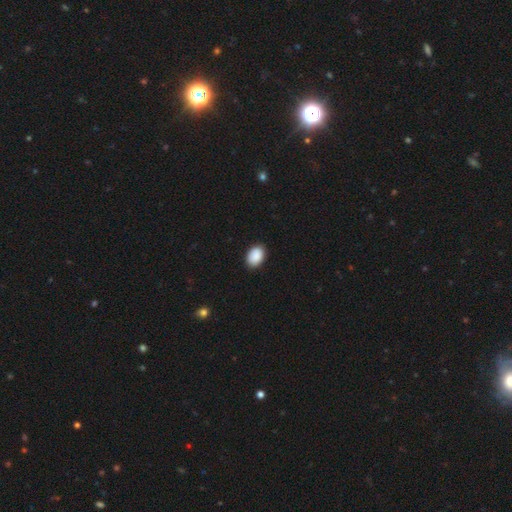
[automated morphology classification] Smooth or featured?
  - smooth: 91% *
  - star or artifact: 6%
  - featured or disk: 3%
How rounded?
  - in between: 83% *
  - round: 16%
  - cigar-shaped: 1%
Merging?
  - none: 89% *
  - minor disturbance: 8%
  - major disturbance: 2%
  - merger: 1%